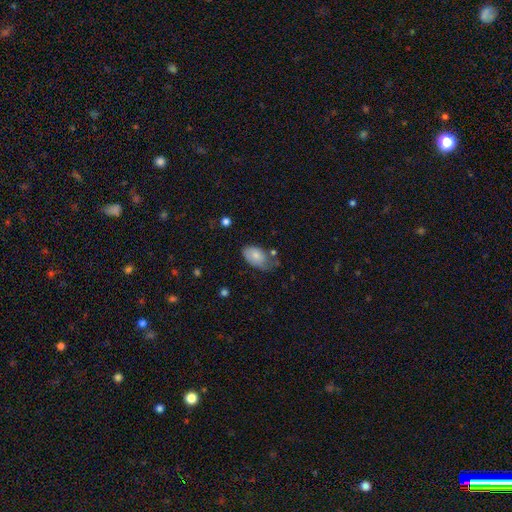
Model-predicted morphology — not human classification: A smooth galaxy with no disk features (77%) that is in between round and cigar-shaped (92%).

Vote fractions:
- Smooth or featured? smooth: 77% / featured or disk: 16% / star or artifact: 7%
- How rounded? in between: 92% / round: 6% / cigar-shaped: 1%
- Merging? none: 45% / minor disturbance: 37% / major disturbance: 13% / merger: 6%